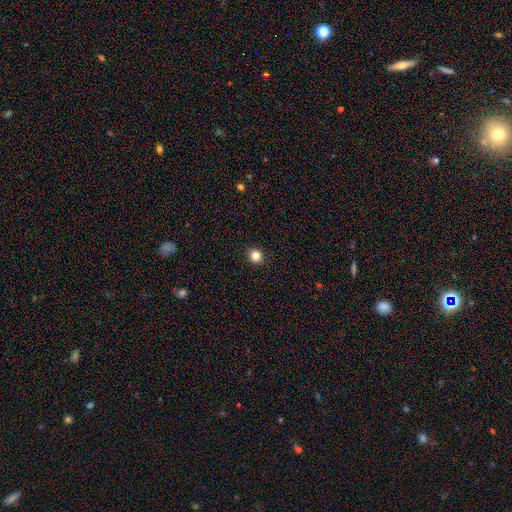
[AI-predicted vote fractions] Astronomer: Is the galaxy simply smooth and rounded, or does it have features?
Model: smooth — 83%.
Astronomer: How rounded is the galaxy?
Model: round — 90%.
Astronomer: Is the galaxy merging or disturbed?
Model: none — 93%.